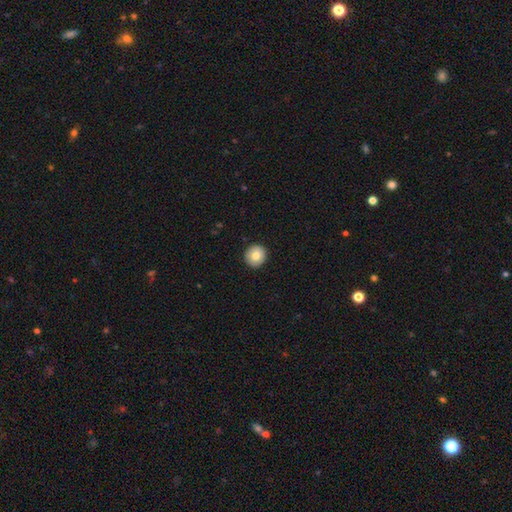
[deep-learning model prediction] Smooth or featured: smooth — 78% (featured or disk — 14%)
How rounded: round — 94% (in between — 5%)
Merging: none — 93% (minor disturbance — 5%)